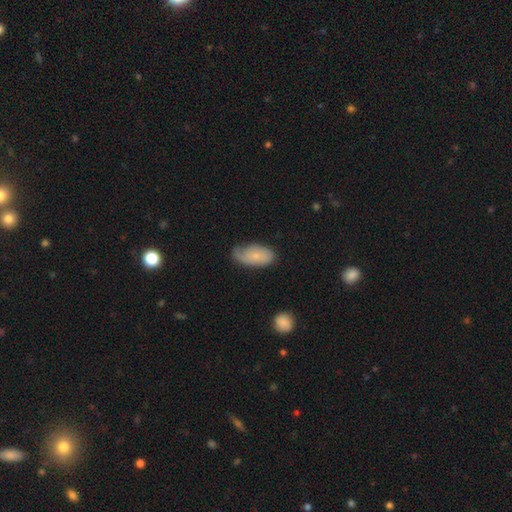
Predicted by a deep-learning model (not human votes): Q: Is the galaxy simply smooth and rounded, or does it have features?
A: smooth — 63%.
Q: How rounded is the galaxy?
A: in between — 93%.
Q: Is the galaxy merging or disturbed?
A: none — 51%.